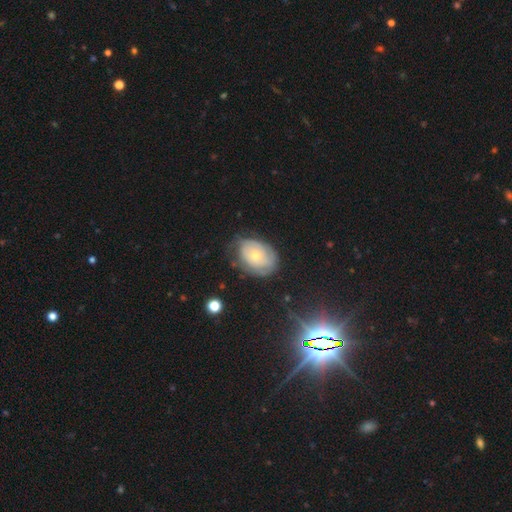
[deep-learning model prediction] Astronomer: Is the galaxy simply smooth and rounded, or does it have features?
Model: featured or disk — 53% (runner-up: smooth, 40%).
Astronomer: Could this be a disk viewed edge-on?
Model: no — 95%.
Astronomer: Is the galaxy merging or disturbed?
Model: none — 62%.